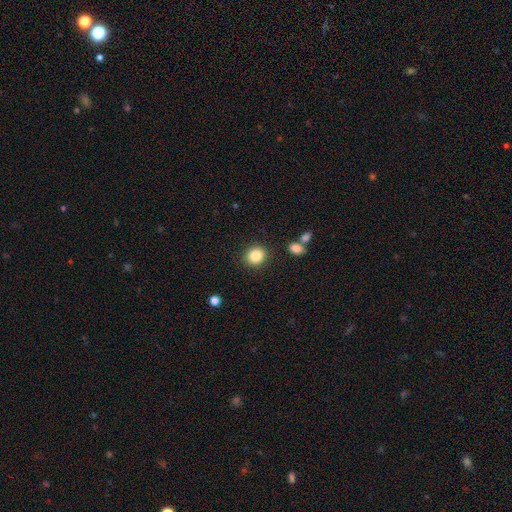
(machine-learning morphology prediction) A smooth galaxy with no disk features (86%) that is round (84%).

Vote fractions:
- Smooth or featured? smooth: 86% / star or artifact: 9% / featured or disk: 5%
- How rounded? round: 84% / in between: 16% / cigar-shaped: 1%
- Merging? none: 88% / minor disturbance: 7% / merger: 3% / major disturbance: 3%